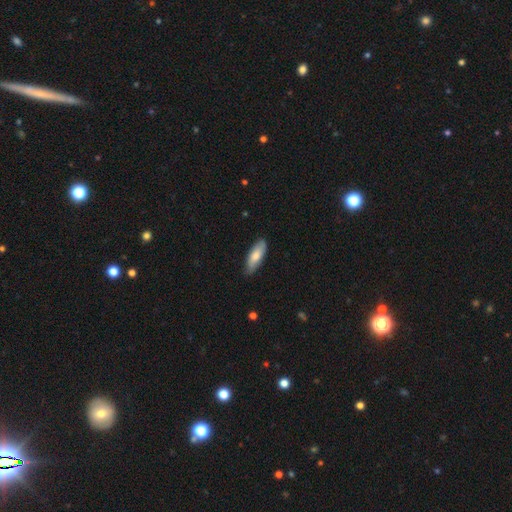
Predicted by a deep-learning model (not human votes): Smooth or featured? smooth (76%)
How rounded? in between (65%)
Merging? none (82%)